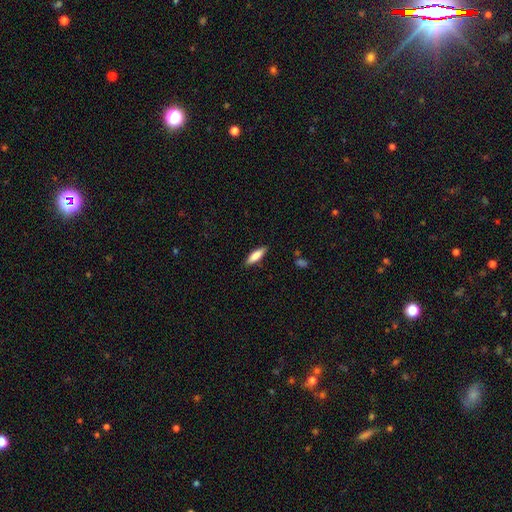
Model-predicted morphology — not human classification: Smooth or featured? Predicted: smooth (p=0.80). How rounded? Predicted: cigar-shaped (p=0.56). Merging? Predicted: none (p=0.87).